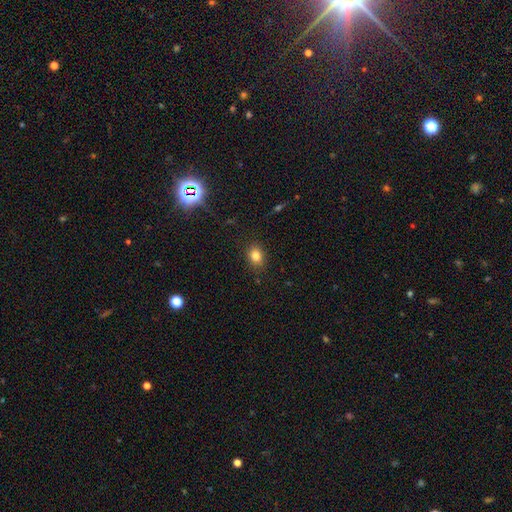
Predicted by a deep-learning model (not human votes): smooth-or-featured: smooth: 81% | star or artifact: 12% | featured or disk: 6%
  how-rounded: in between: 57% | round: 42% | cigar-shaped: 1%
  merging: none: 86% | minor disturbance: 10% | major disturbance: 3% | merger: 1%